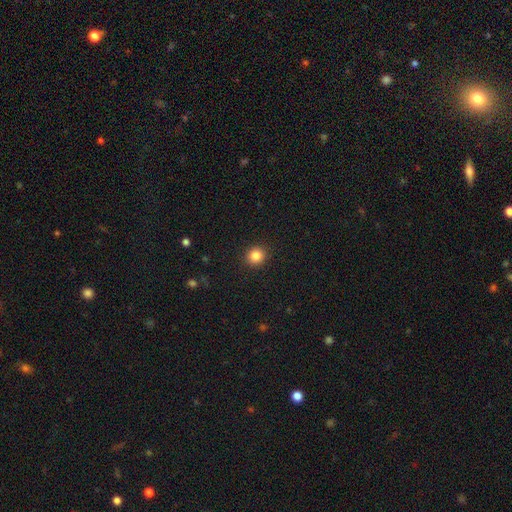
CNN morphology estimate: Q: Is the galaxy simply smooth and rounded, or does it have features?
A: smooth — 85%.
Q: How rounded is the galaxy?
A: round — 89%.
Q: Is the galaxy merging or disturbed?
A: none — 92%.